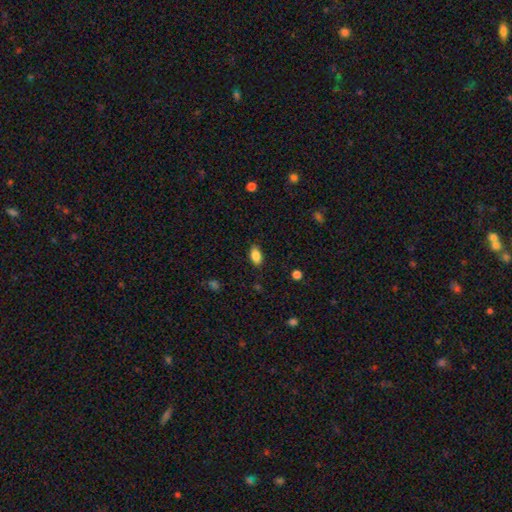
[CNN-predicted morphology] smooth_or_featured: smooth (p=0.86) [alt: star or artifact p=0.08]
how_rounded: in between (p=0.90) [alt: round p=0.06]
merging: none (p=0.85) [alt: minor disturbance p=0.11]